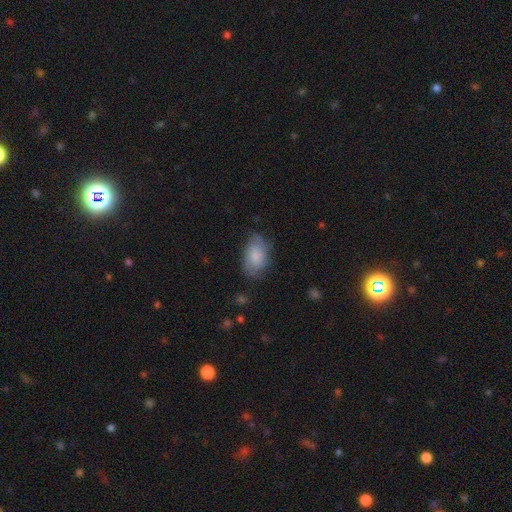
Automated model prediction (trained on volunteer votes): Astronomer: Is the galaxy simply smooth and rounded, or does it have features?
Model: smooth — 69%.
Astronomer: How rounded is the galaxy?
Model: in between — 91%.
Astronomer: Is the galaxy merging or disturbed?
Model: none — 63%.